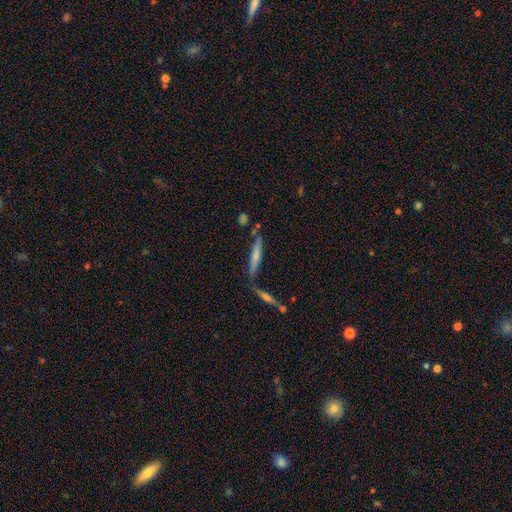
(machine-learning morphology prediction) The model was most divided on "smooth or featured": smooth: 57%, featured or disk: 36%, star or artifact: 7%. More confident: how rounded — cigar-shaped (91%); merging — none (65%).